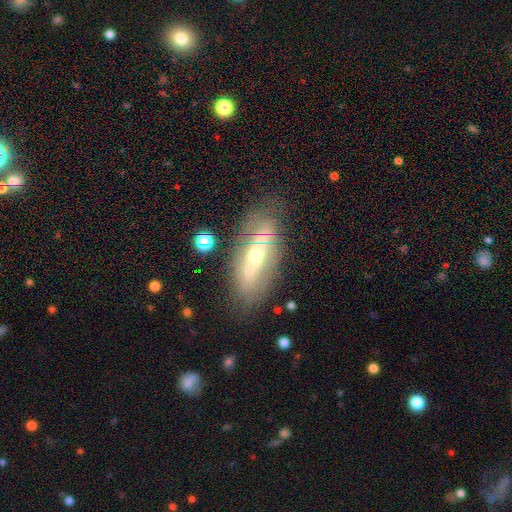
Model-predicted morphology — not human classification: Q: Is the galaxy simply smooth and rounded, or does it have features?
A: featured or disk — 68%.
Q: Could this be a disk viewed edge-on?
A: no — 68%.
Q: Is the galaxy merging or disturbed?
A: none — 72%.